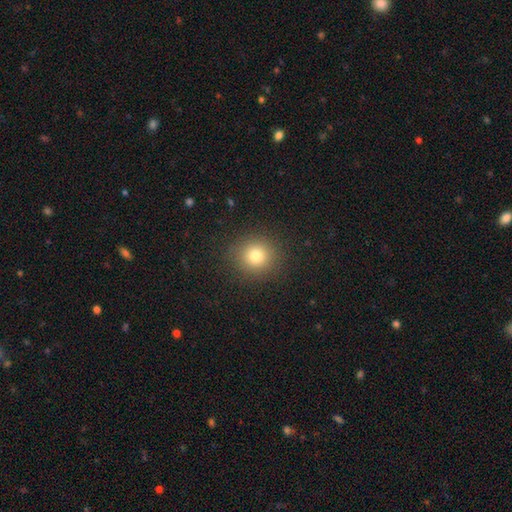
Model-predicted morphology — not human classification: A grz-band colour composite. It shows a smooth galaxy with no disk features (77%) that is round (91%). Merging: none (90%).